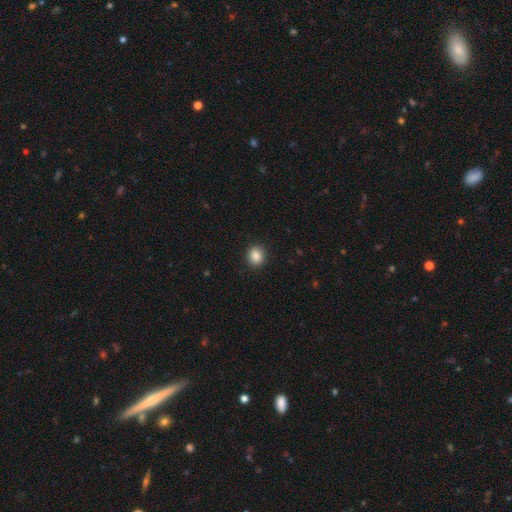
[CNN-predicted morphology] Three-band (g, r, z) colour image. It shows a smooth galaxy with no disk features (87%) that is round (62%). Merging: none (91%).